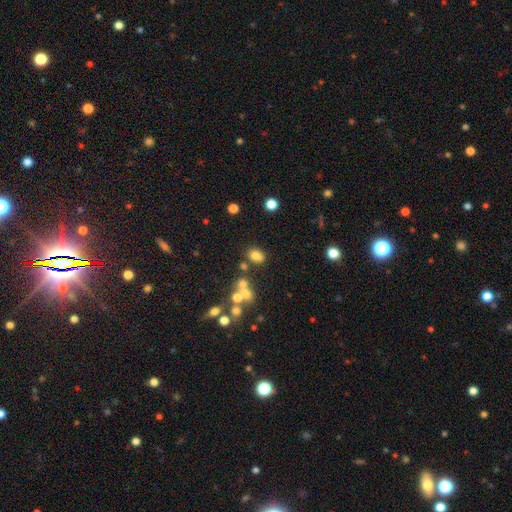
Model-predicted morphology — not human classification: A smooth galaxy with no disk features (74%) that is in between round and cigar-shaped (66%). Merging: none (65%).